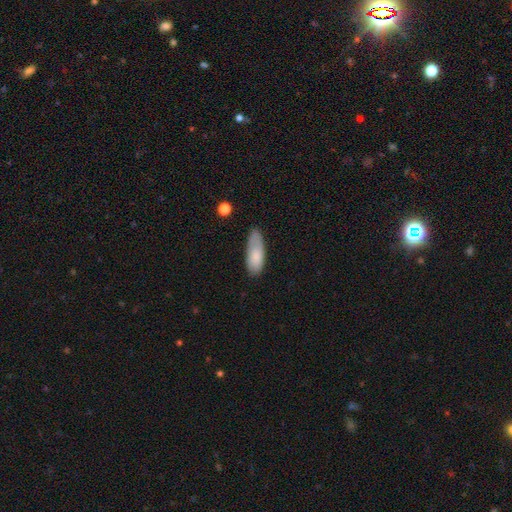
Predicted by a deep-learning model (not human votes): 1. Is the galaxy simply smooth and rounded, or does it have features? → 79% smooth, 15% featured or disk, 6% star or artifact.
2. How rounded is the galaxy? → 71% in between, 28% cigar-shaped, 2% round.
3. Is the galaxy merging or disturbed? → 63% none, 28% minor disturbance, 7% major disturbance, 2% merger.